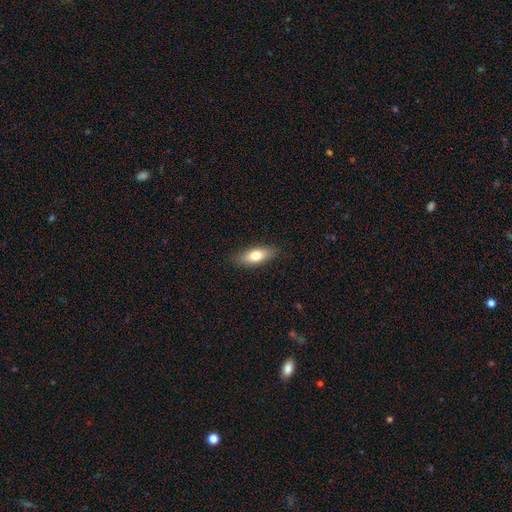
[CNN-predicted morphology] Smooth or featured? Predicted: smooth (p=0.73). How rounded? Predicted: in between (p=0.70). Merging? Predicted: none (p=0.86).